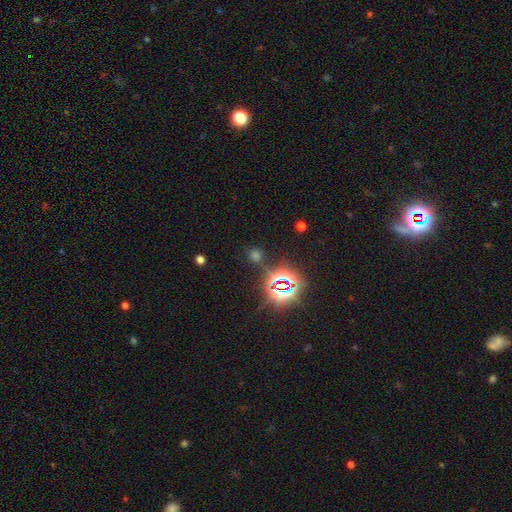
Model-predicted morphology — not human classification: This is possibly a star or artifact rather than a galaxy (60%).